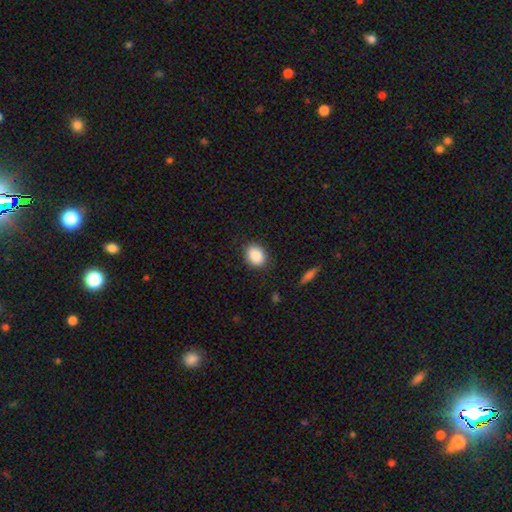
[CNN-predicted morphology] Smooth or featured: smooth — 87% (star or artifact — 8%)
How rounded: in between — 52% (round — 47%)
Merging: none — 86% (minor disturbance — 10%)